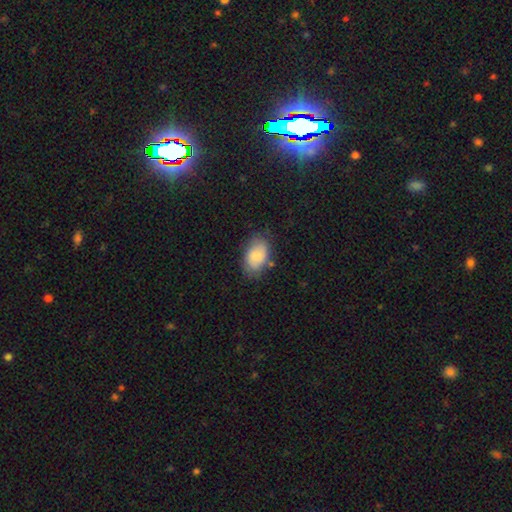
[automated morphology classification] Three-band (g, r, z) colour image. It shows a smooth galaxy with no disk features (74%) that is in between round and cigar-shaped (88%). Merging: none (73%).